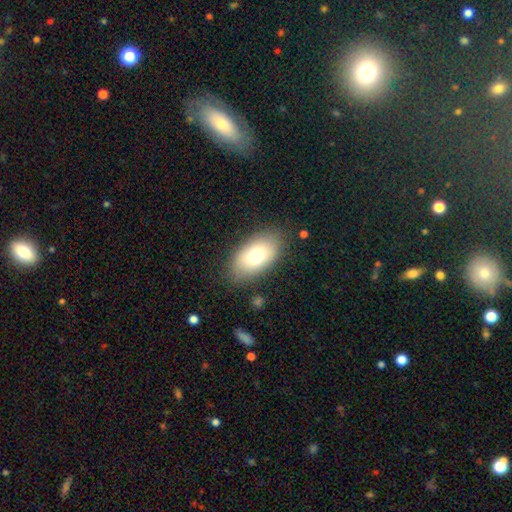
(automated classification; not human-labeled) A smooth galaxy with no disk features (76%) that is in between round and cigar-shaped (93%).

Vote fractions:
- Smooth or featured? smooth: 76% / featured or disk: 16% / star or artifact: 8%
- How rounded? in between: 93% / round: 5% / cigar-shaped: 2%
- Merging? none: 83% / minor disturbance: 12% / major disturbance: 4% / merger: 1%